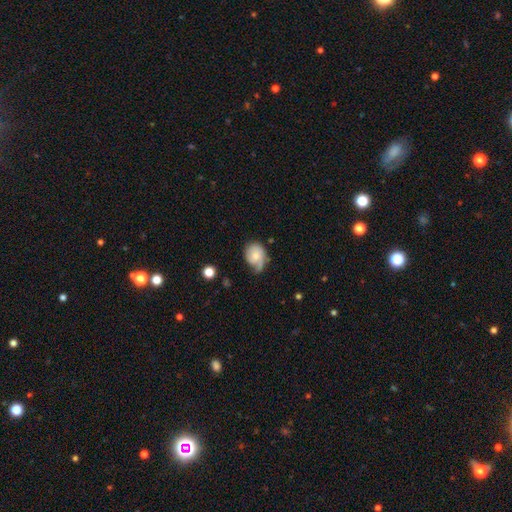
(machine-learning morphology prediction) The model was most divided on "merging" (2-way tie): none: 38%, minor disturbance: 38%, major disturbance: 21%, merger: 3%. Remaining: smooth or featured — smooth (50%).